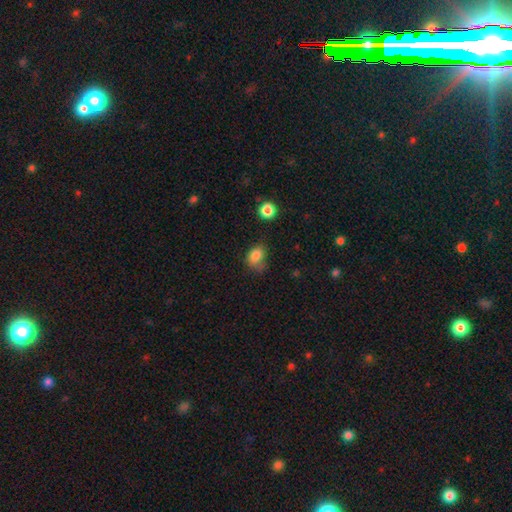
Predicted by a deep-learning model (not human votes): Overall: smooth (82%). How rounded: in between (69%; round 30%). Merging: none (47%; minor disturbance 34%).